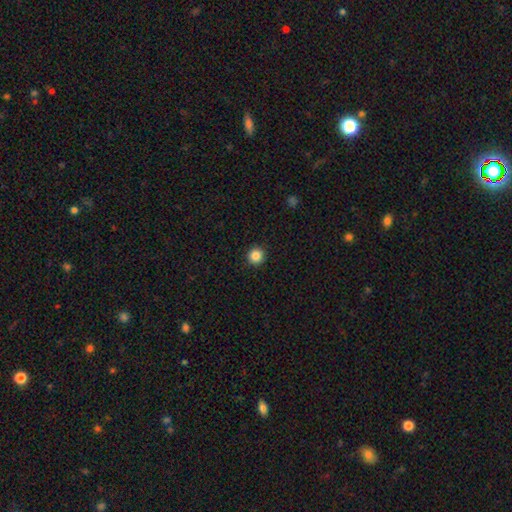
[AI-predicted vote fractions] smooth 86%, star or artifact 11%, featured or disk 4%. Down the decision tree: how rounded — round (95%); merging — none (93%).